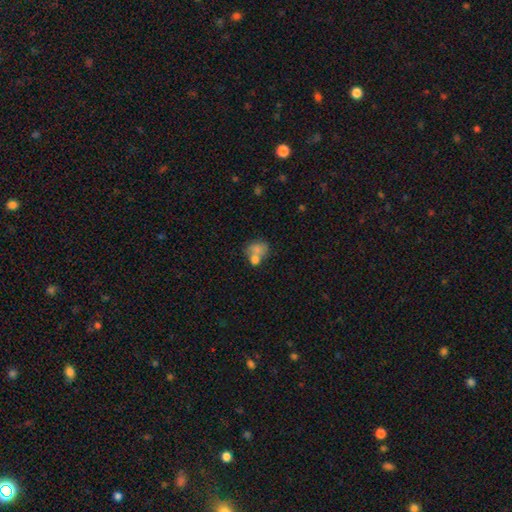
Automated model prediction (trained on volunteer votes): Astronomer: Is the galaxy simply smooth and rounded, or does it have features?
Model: smooth — 71%.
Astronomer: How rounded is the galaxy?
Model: in between — 51% (runner-up: round, 48%).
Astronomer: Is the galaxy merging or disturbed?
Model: merger — 50% (runner-up: none, 30%).